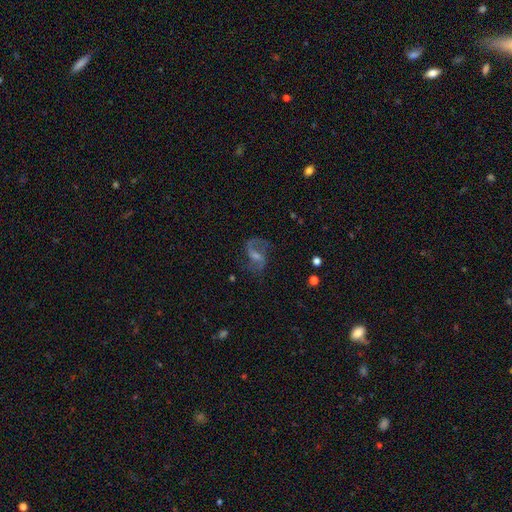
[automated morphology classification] Smooth or featured: featured or disk — 79% (star or artifact — 10%)
Edge-on disk: no — 97% (yes — 3%)
Bar: weak — 51% (no — 27%)
Spiral arms: yes — 94% (no — 6%)
Spiral winding: medium — 46% (loose — 43%)
Spiral arm count: 2 — 85% (1 — 6%)
Bulge size: small — 44% (moderate — 39%)
Merging: none — 71% (minor disturbance — 16%)